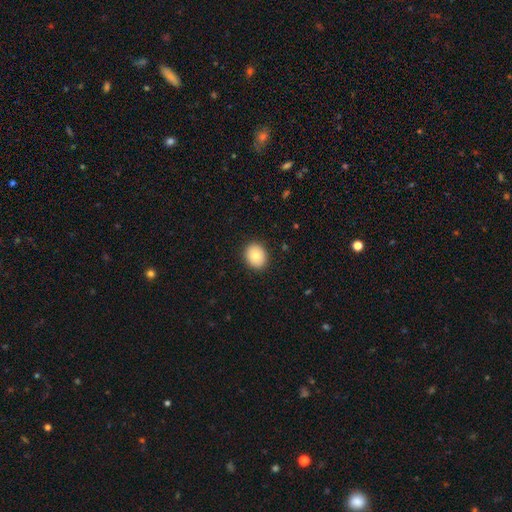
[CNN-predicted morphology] This is clearly a smooth galaxy (82%). How rounded: possibly round (58%). Merging: clearly none (90%).